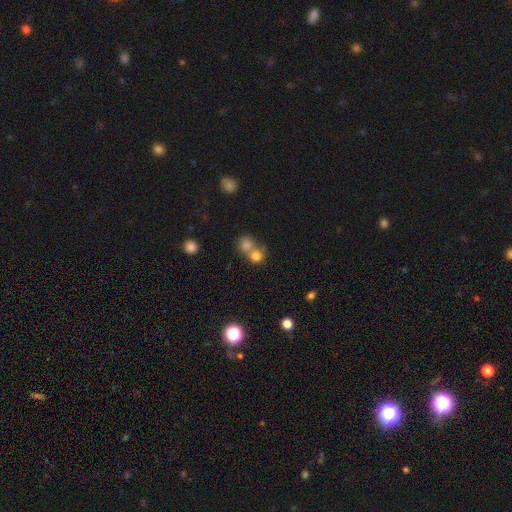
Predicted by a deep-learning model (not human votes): A smooth galaxy with no disk features (77%) that is round (83%).

Vote fractions:
- Smooth or featured? smooth: 77% / star or artifact: 14% / featured or disk: 9%
- How rounded? round: 83% / in between: 16% / cigar-shaped: 1%
- Merging? merger: 52% / none: 39% / minor disturbance: 6% / major disturbance: 3%